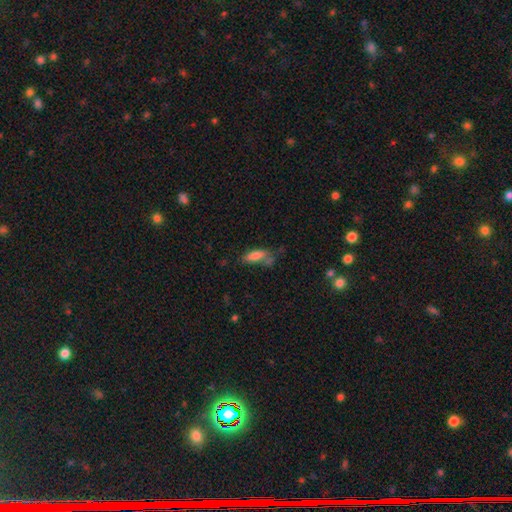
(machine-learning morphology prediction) A smooth galaxy with no disk features (80%) that is in between round and cigar-shaped (69%).

Vote fractions:
- Smooth or featured? smooth: 80% / featured or disk: 11% / star or artifact: 9%
- How rounded? in between: 69% / cigar-shaped: 28% / round: 3%
- Merging? none: 44% / minor disturbance: 26% / merger: 16% / major disturbance: 14%